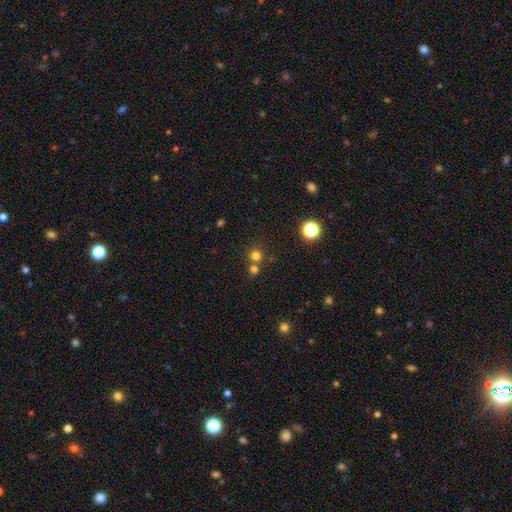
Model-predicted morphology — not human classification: Smooth or featured? Predicted: smooth (p=0.72). How rounded? Predicted: round (p=0.91). Merging? Predicted: none (p=0.62).